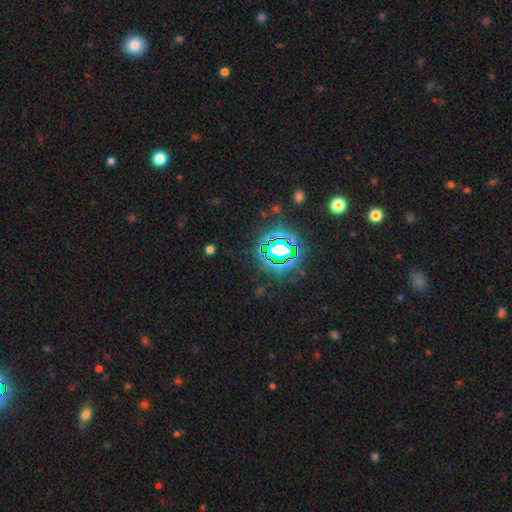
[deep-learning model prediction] This is clearly a star or artifact rather than a galaxy (81%).